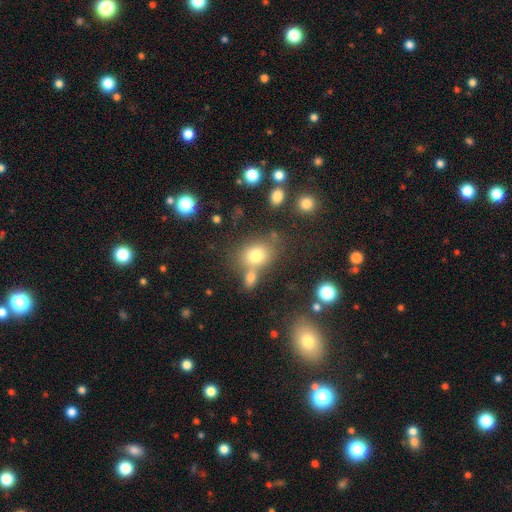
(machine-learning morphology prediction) Smooth or featured?
  - smooth: 75% *
  - star or artifact: 13%
  - featured or disk: 11%
How rounded?
  - round: 54% *
  - in between: 45%
  - cigar-shaped: 1%
Merging?
  - none: 52% *
  - merger: 29%
  - minor disturbance: 13%
  - major disturbance: 6%